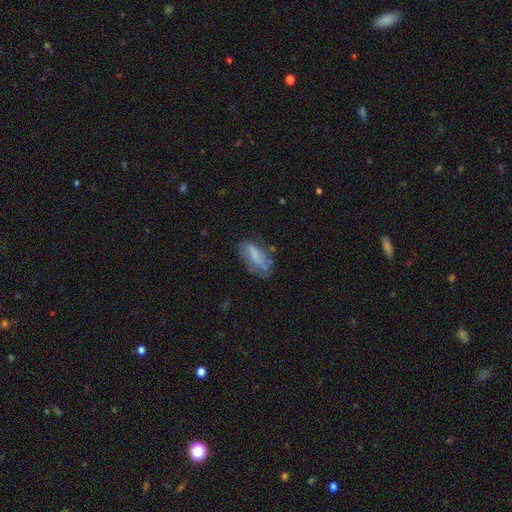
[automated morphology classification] Smooth or featured?
  - smooth: 55% *
  - featured or disk: 37%
  - star or artifact: 9%
How rounded?
  - in between: 79% *
  - cigar-shaped: 18%
  - round: 3%
Merging?
  - none: 51% *
  - minor disturbance: 29%
  - major disturbance: 16%
  - merger: 5%